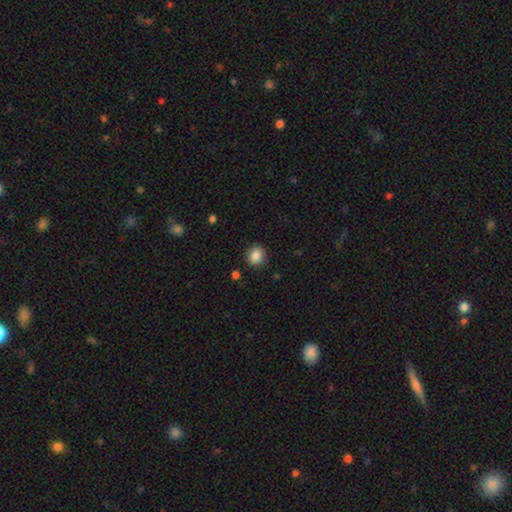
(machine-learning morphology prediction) Overall: smooth (86%). How rounded: round (85%). Merging: none (90%).